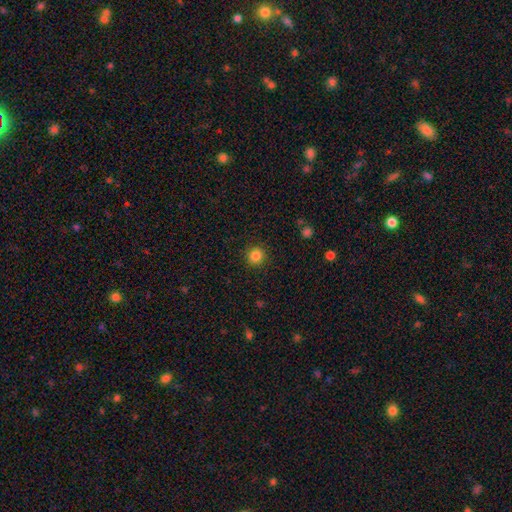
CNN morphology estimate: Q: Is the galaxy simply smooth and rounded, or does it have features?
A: smooth — 84%.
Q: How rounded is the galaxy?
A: round — 94%.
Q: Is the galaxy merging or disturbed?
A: none — 92%.